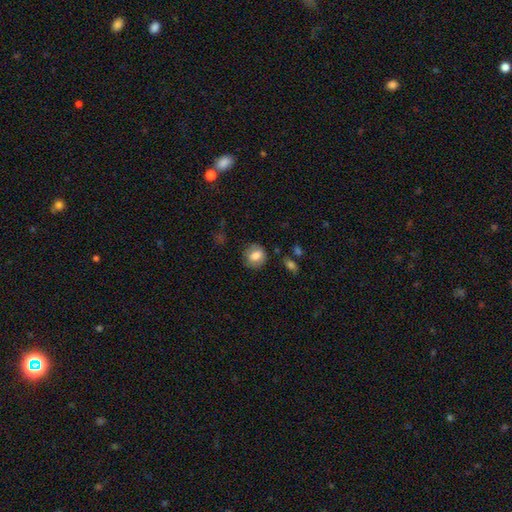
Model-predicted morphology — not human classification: A smooth galaxy with no disk features (77%) that is round (75%). Merging: none (81%).